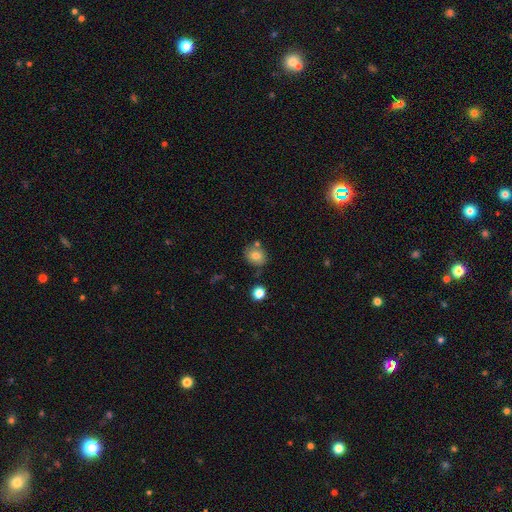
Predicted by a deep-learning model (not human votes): smooth_or_featured: smooth (p=0.76) [alt: featured or disk p=0.13]
how_rounded: round (p=0.71) [alt: in between p=0.28]
merging: none (p=0.70) [alt: minor disturbance p=0.15]